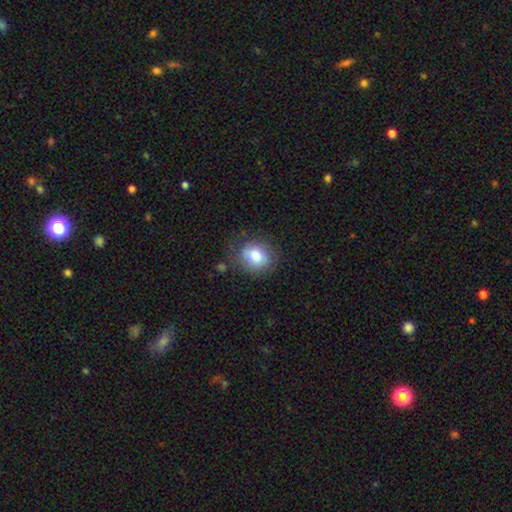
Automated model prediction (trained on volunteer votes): A smooth galaxy with no disk features (76%) that is round (68%).

Vote fractions:
- Smooth or featured? smooth: 76% / featured or disk: 15% / star or artifact: 10%
- How rounded? round: 68% / in between: 31% / cigar-shaped: 1%
- Merging? none: 75% / minor disturbance: 17% / major disturbance: 5% / merger: 2%